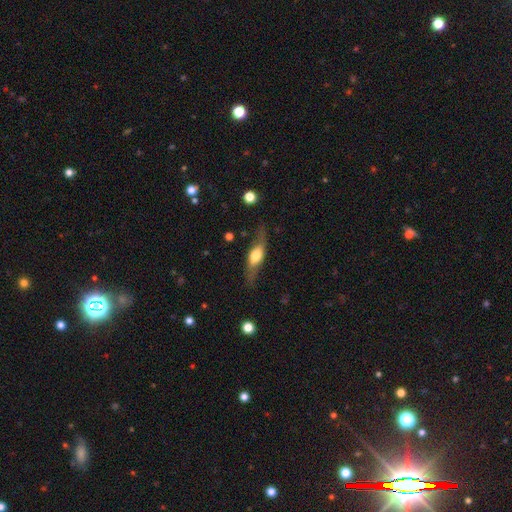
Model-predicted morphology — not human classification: Q: Smooth or featured?
A: featured or disk (55%); runner-up: smooth (39%)
Q: Edge-on disk?
A: yes (71%); runner-up: no (29%)
Q: Merging?
A: none (71%); runner-up: minor disturbance (20%)